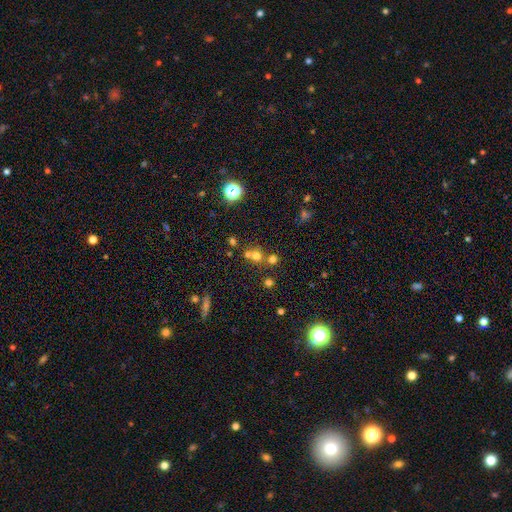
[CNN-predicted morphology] Smooth or featured? smooth (60%)
How rounded? round (86%)
Merging? none (54%)